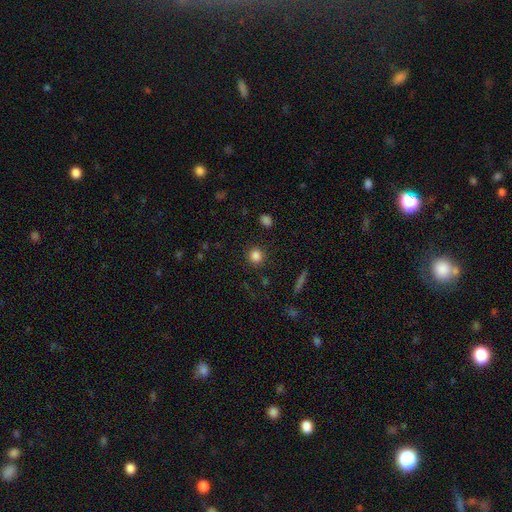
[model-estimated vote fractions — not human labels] Morphology: type=smooth (84%); roundness=round (90%); merging=none (90%).